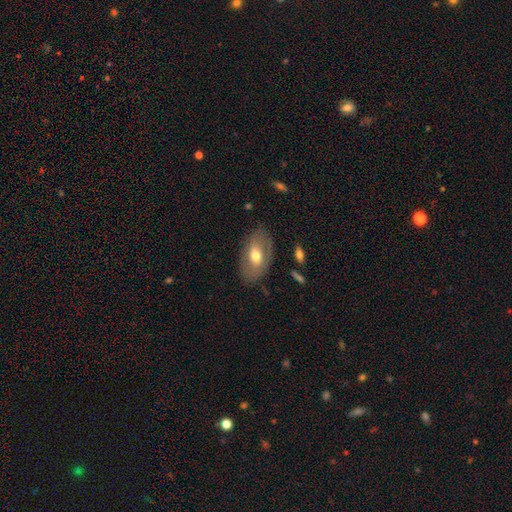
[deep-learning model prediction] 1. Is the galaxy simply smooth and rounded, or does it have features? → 53% smooth, 40% featured or disk, 7% star or artifact.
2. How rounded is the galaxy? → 90% in between, 8% round, 2% cigar-shaped.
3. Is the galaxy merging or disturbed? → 79% none, 15% minor disturbance, 5% major disturbance, 2% merger.